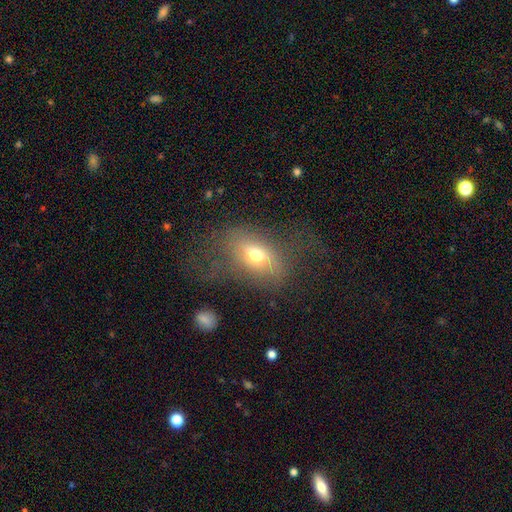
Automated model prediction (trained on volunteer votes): A smooth galaxy with no disk features (62%) that is in between round and cigar-shaped (77%). Merging: none (51%).